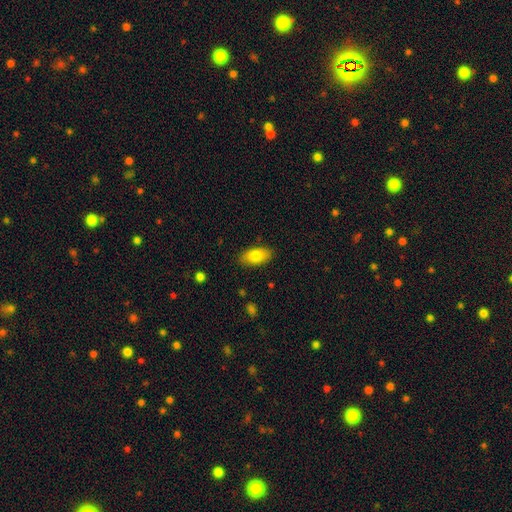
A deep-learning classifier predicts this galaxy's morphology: This is clearly a smooth galaxy (81%). How rounded: clearly in between (91%). Merging: clearly none (86%).